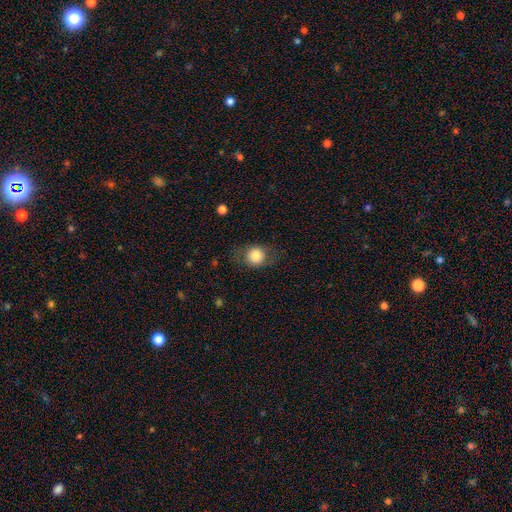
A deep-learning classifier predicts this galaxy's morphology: Q: Smooth or featured?
A: smooth (78%); runner-up: featured or disk (13%)
Q: How rounded?
A: round (76%); runner-up: in between (23%)
Q: Merging?
A: none (74%); runner-up: minor disturbance (16%)